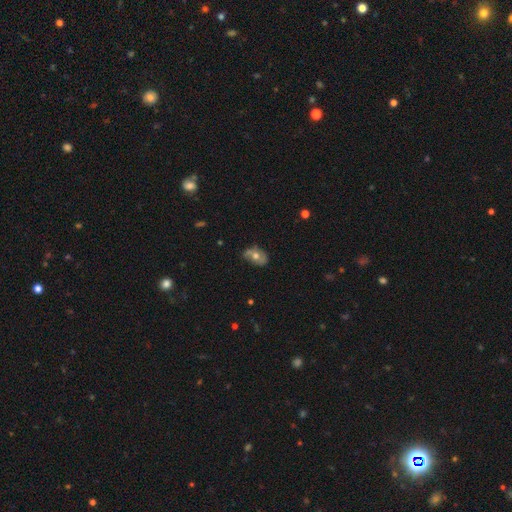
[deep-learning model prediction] This appears to be a smooth galaxy with no disk features (46%). Merging: none (52%).